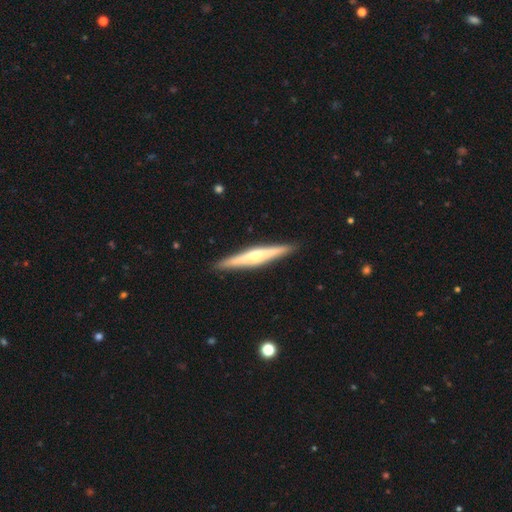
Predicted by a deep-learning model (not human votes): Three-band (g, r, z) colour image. It shows a featured or disk galaxy (72%) viewed edge-on (97%) with a rounded central bulge (80%). Merging: none (91%).